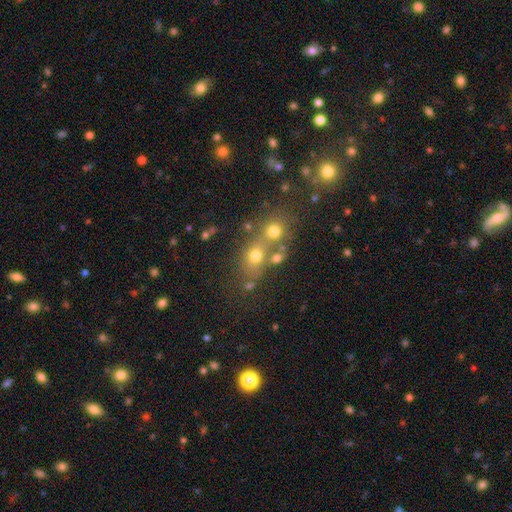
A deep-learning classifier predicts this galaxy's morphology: This is likely a smooth galaxy (65%). How rounded: possibly round (54%). Merging: marginally none (43%).